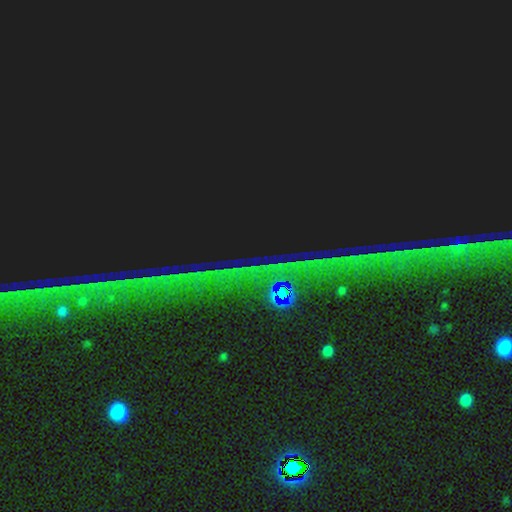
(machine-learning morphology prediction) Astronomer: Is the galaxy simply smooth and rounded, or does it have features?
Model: star or artifact — 83%.